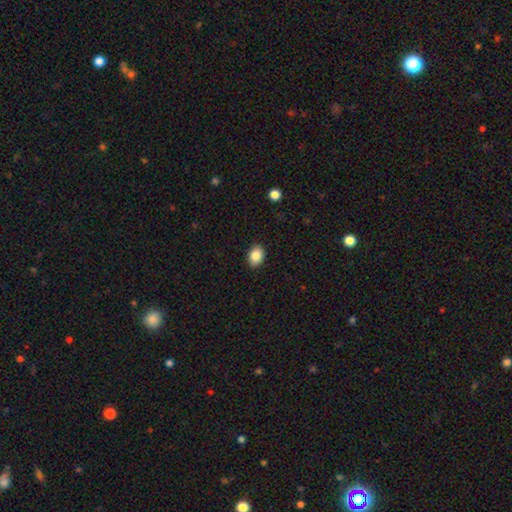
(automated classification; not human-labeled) Overall: smooth (86%). How rounded: in between (69%; round 31%). Merging: none (89%).